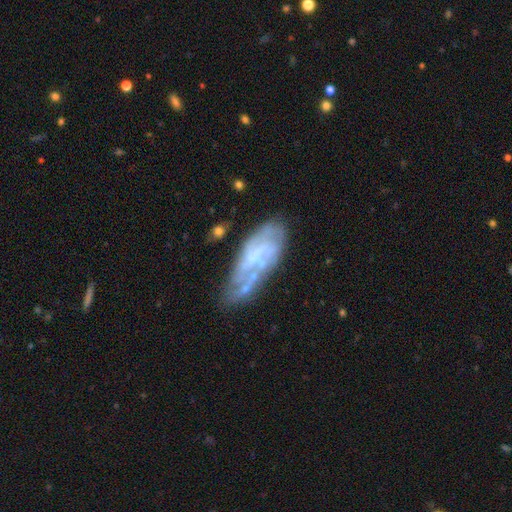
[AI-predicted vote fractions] Smooth or featured? featured or disk (68%)
Edge-on disk? no (91%)
Bar? no (61%)
Spiral arms? yes (64%)
Bulge size? none (50%)
Merging? none (51%)